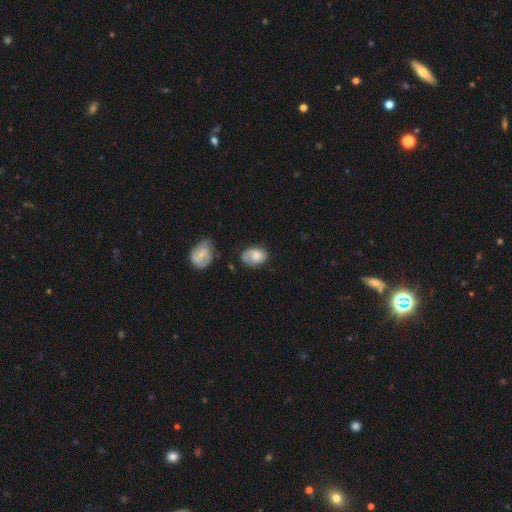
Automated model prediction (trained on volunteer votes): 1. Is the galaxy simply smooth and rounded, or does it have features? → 61% smooth, 32% featured or disk, 8% star or artifact.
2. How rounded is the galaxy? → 76% in between, 23% round, 1% cigar-shaped.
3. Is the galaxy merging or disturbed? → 51% none, 33% minor disturbance, 11% major disturbance, 5% merger.